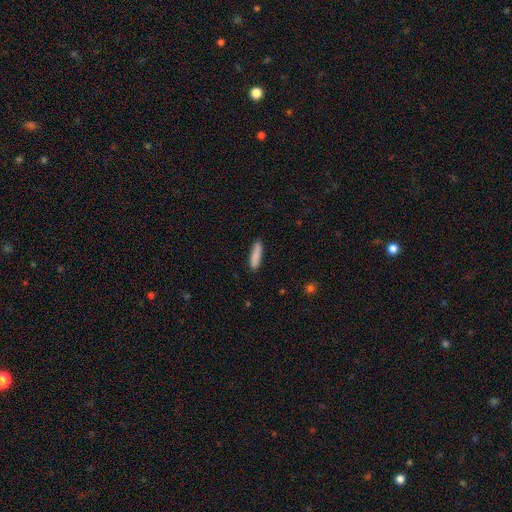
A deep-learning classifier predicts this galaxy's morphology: Smooth or featured: smooth — 87% (featured or disk — 6%)
How rounded: cigar-shaped — 76% (in between — 23%)
Merging: none — 87% (minor disturbance — 10%)